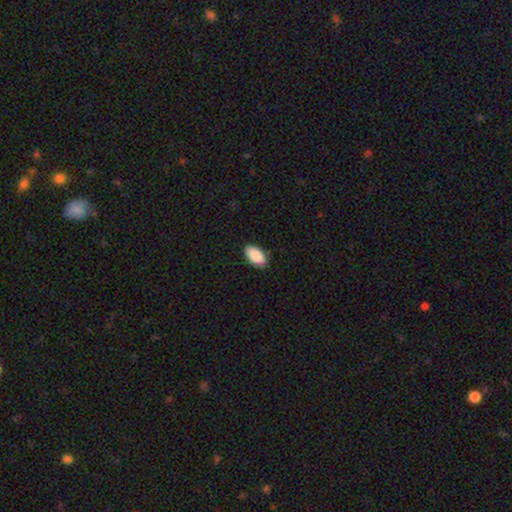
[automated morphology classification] A smooth galaxy with no disk features (90%) that is in between round and cigar-shaped (95%). Merging: none (87%).